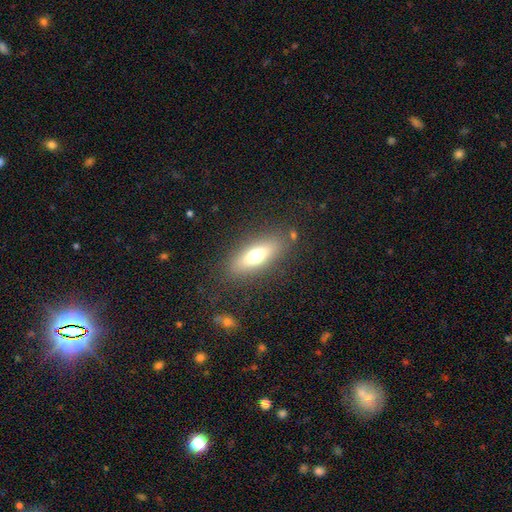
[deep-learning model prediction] Overall: smooth (63%; featured or disk 28%). How rounded: in between (64%; cigar-shaped 32%). Merging: none (83%).